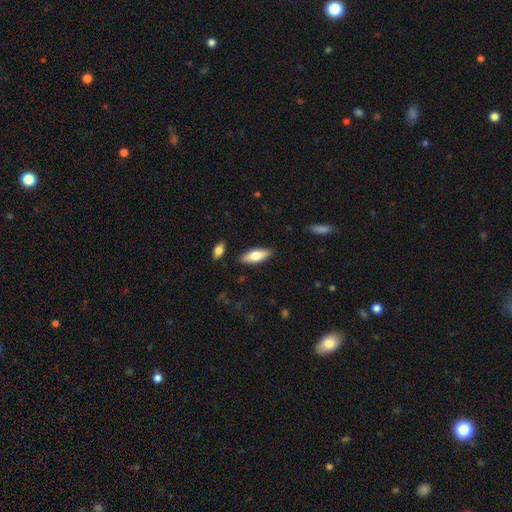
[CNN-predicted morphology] smooth 71%, featured or disk 23%, star or artifact 6%. Down the decision tree: how rounded — in between (69%); merging — none (86%).